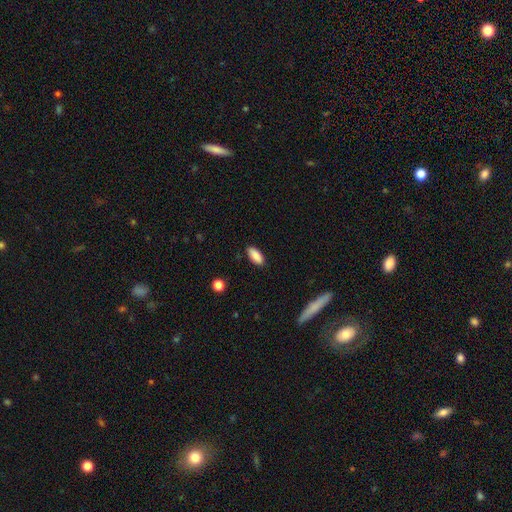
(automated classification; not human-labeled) This is clearly a smooth galaxy (88%). How rounded: clearly in between (85%). Merging: clearly none (85%).